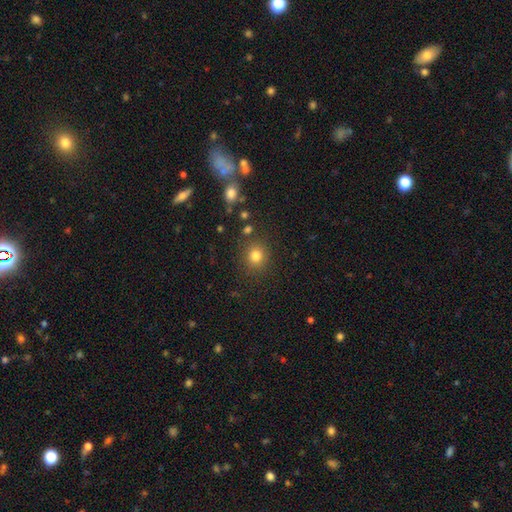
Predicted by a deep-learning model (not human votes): Smooth or featured? smooth (81%)
How rounded? round (83%)
Merging? none (84%)